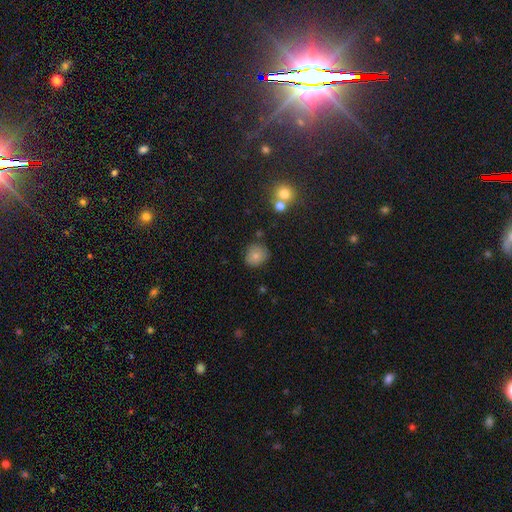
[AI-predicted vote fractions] This is likely a smooth galaxy (70%). How rounded: clearly round (82%). Merging: likely none (76%).